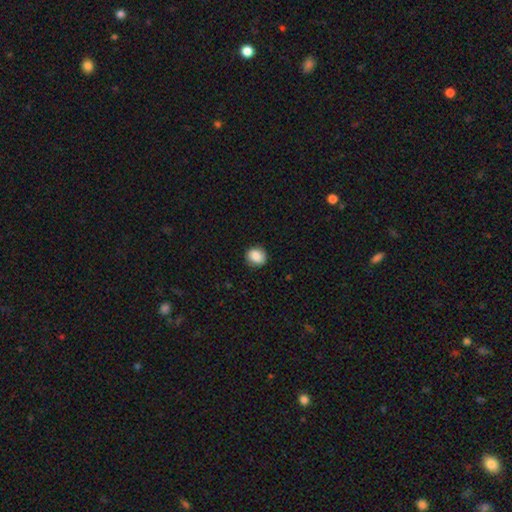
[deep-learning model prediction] smooth_or_featured: smooth (p=0.86) [alt: star or artifact p=0.08]
how_rounded: round (p=0.74) [alt: in between p=0.25]
merging: none (p=0.84) [alt: minor disturbance p=0.13]